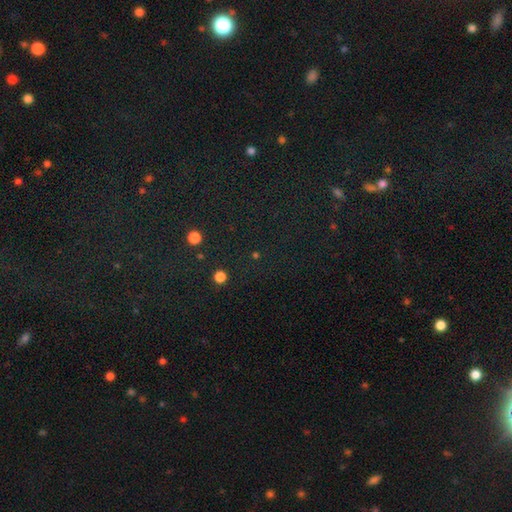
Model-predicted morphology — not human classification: smooth-or-featured: star or artifact: 63% | smooth: 30% | featured or disk: 8%